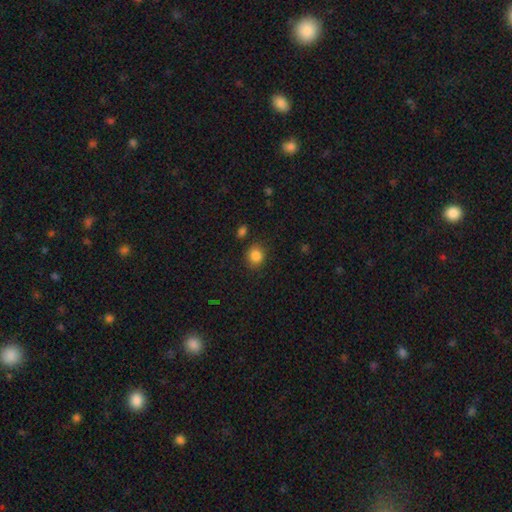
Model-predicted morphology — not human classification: Smooth or featured? smooth (85%)
How rounded? round (75%)
Merging? none (84%)